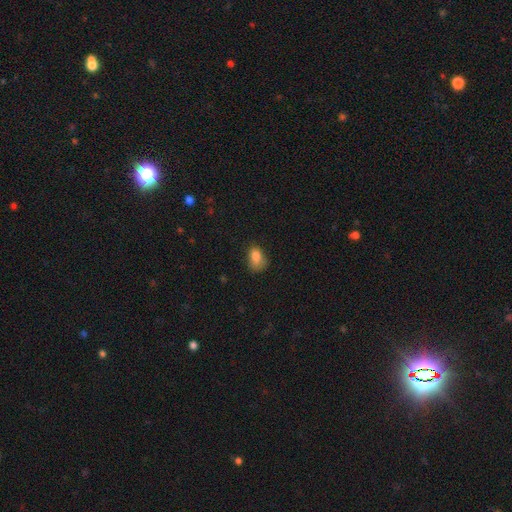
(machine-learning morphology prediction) smooth 80%, star or artifact 10%, featured or disk 9%. Down the decision tree: how rounded — in between (75%); merging — none (48%).